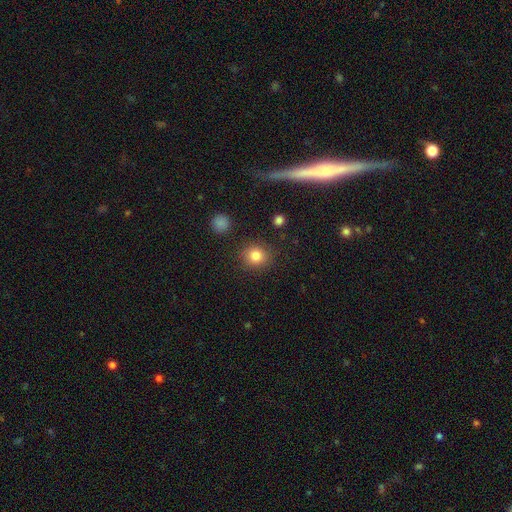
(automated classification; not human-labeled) A smooth galaxy with no disk features (83%) that is round (85%).

Vote fractions:
- Smooth or featured? smooth: 83% / star or artifact: 11% / featured or disk: 6%
- How rounded? round: 85% / in between: 14% / cigar-shaped: 1%
- Merging? none: 87% / minor disturbance: 8% / major disturbance: 3% / merger: 2%